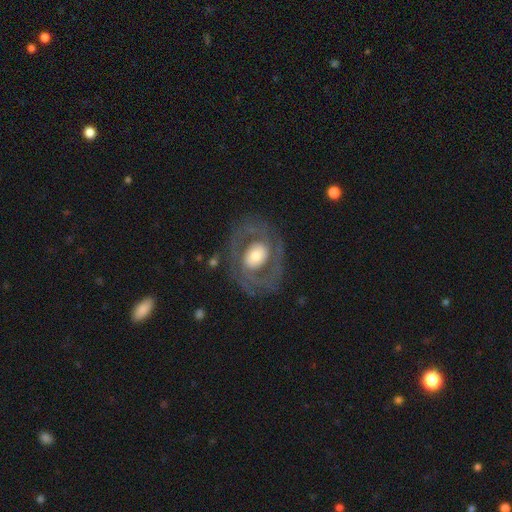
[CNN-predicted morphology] The model was most divided on "spiral winding": tight: 43%, medium: 41%, loose: 15%. Remaining: edge-on disk — no (97%); smooth or featured — featured or disk (79%); merging — none (75%); spiral arms — yes (74%); spiral arm count — 2 (71%); bar — no (57%); bulge size — moderate (49%).